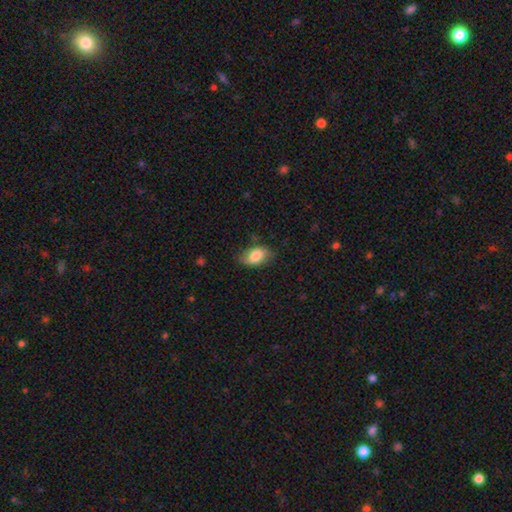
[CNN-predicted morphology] Smooth or featured? smooth (77%)
How rounded? in between (90%)
Merging? none (70%)